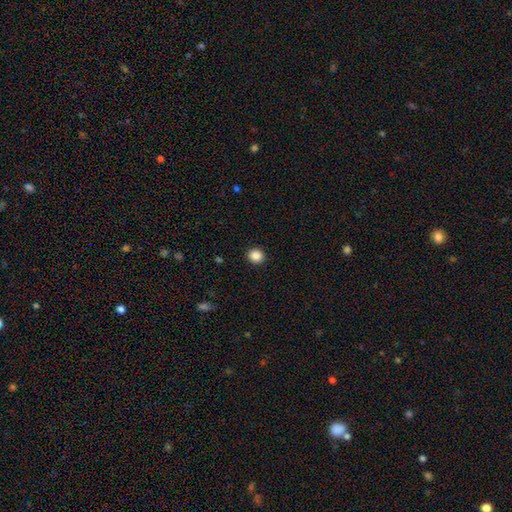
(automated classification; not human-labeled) A smooth galaxy with no disk features (87%) that is round (87%).

Vote fractions:
- Smooth or featured? smooth: 87% / star or artifact: 10% / featured or disk: 3%
- How rounded? round: 87% / in between: 12% / cigar-shaped: 1%
- Merging? none: 92% / minor disturbance: 5% / major disturbance: 2% / merger: 1%